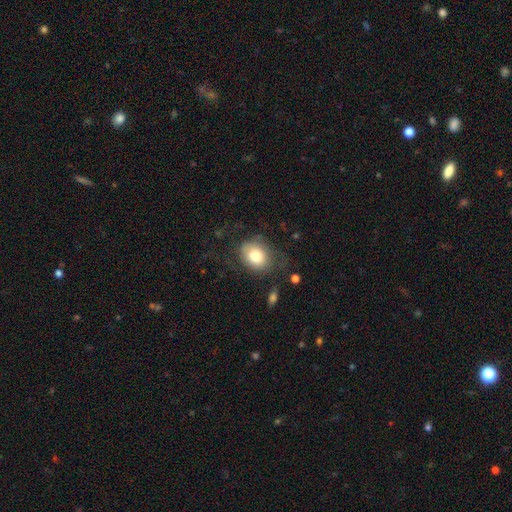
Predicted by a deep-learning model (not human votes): smooth-or-featured: smooth: 76% | featured or disk: 15% | star or artifact: 9%
  how-rounded: in between: 51% | round: 48% | cigar-shaped: 1%
  merging: none: 68% | minor disturbance: 19% | major disturbance: 11% | merger: 2%